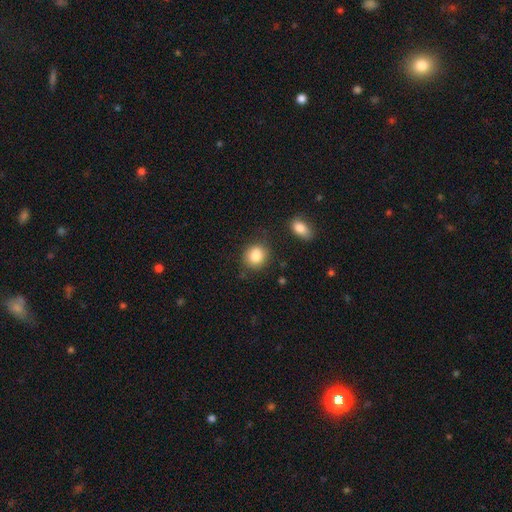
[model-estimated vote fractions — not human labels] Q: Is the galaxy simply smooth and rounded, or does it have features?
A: smooth — 86%.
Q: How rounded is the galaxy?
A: round — 79%.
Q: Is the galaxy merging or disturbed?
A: none — 81%.